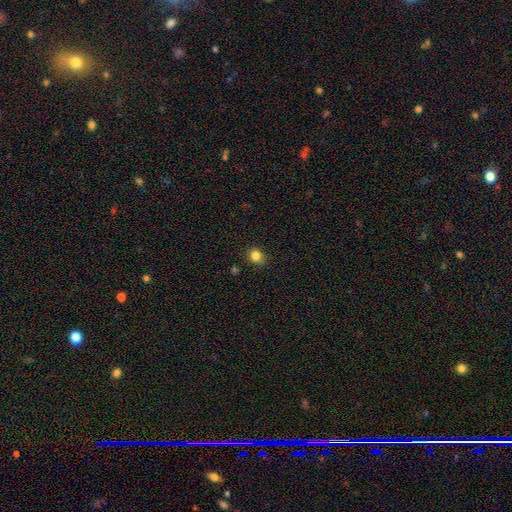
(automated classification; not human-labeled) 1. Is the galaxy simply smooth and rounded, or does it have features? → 83% smooth, 12% star or artifact, 5% featured or disk.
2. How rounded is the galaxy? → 75% round, 24% in between, 1% cigar-shaped.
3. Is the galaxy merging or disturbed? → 87% none, 9% minor disturbance, 2% major disturbance, 2% merger.